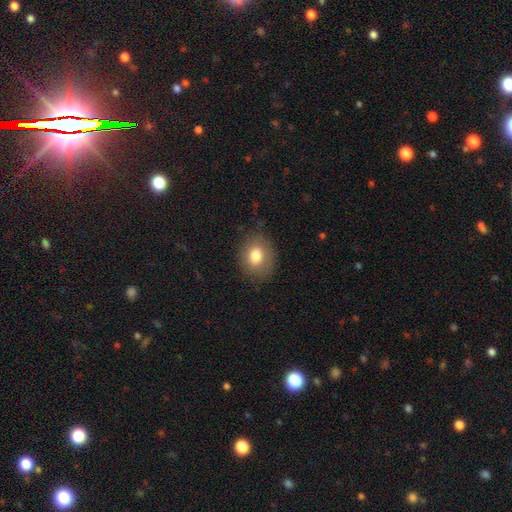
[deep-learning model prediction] A smooth galaxy with no disk features (78%) that is in between round and cigar-shaped (52%).

Vote fractions:
- Smooth or featured? smooth: 78% / featured or disk: 13% / star or artifact: 9%
- How rounded? in between: 52% / round: 47% / cigar-shaped: 1%
- Merging? none: 79% / minor disturbance: 15% / major disturbance: 5% / merger: 1%